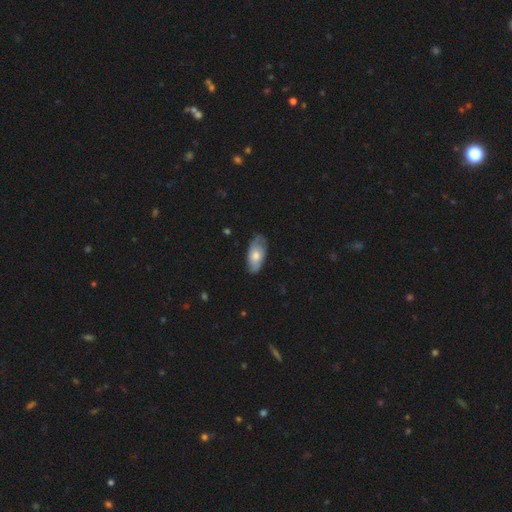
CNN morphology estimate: This is likely a smooth galaxy (62%). How rounded: clearly in between (91%). Merging: likely none (70%).